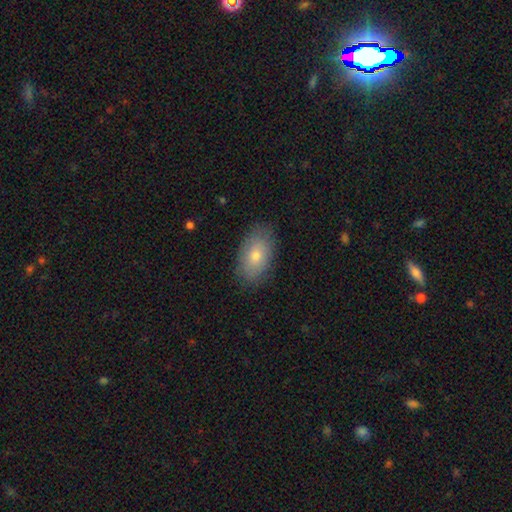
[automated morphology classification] This appears to be a smooth galaxy with no disk features (75%) that is in between round and cigar-shaped (92%). Merging: none (83%).